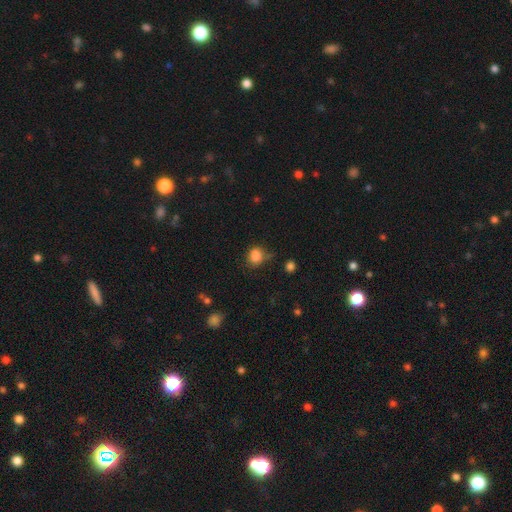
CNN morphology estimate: smooth_or_featured: smooth (p=0.84) [alt: star or artifact p=0.11]
how_rounded: round (p=0.67) [alt: in between p=0.32]
merging: none (p=0.64) [alt: minor disturbance p=0.24]